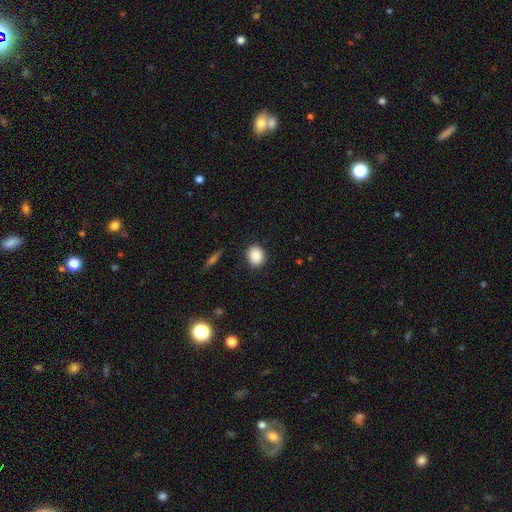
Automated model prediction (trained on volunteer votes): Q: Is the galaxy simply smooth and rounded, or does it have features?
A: smooth — 88%.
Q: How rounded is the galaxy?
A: round — 55%.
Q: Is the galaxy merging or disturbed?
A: none — 88%.